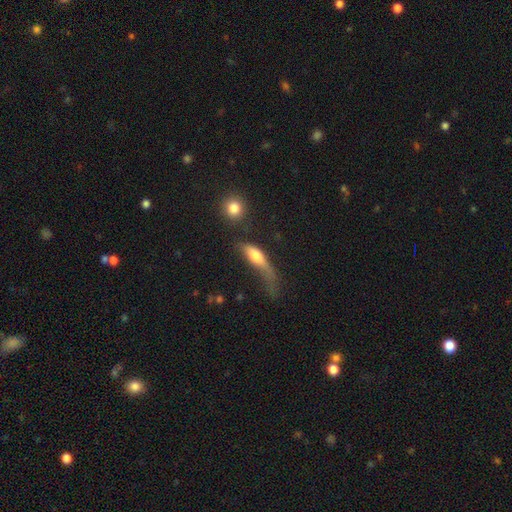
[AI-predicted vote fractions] Smooth or featured? smooth (64%)
How rounded? in between (56%)
Merging? major disturbance (50%)